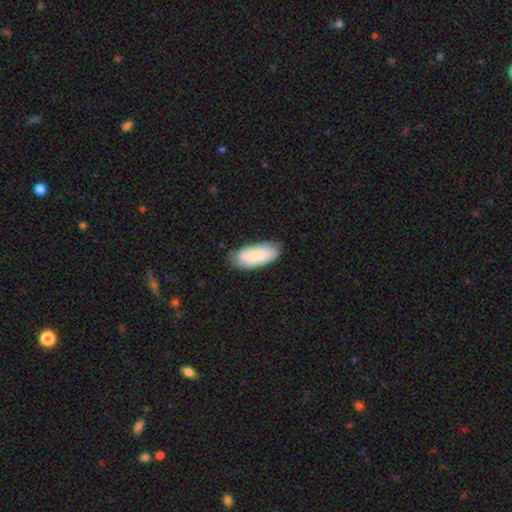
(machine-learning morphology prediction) smooth_or_featured: smooth (p=0.76) [alt: featured or disk p=0.17]
how_rounded: in between (p=0.88) [alt: cigar-shaped p=0.10]
merging: none (p=0.75) [alt: minor disturbance p=0.20]